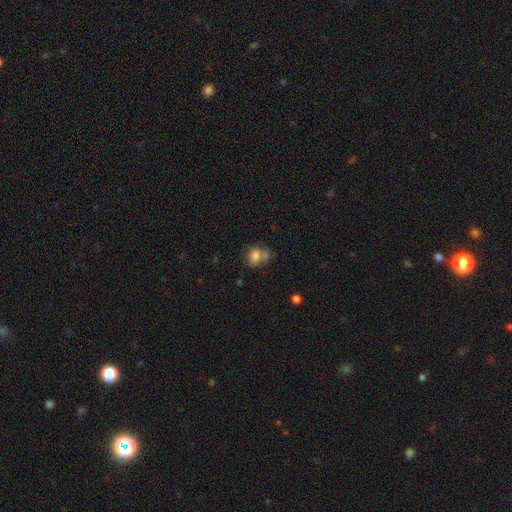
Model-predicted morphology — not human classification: Smooth or featured? smooth (76%)
How rounded? round (53%)
Merging? none (40%)